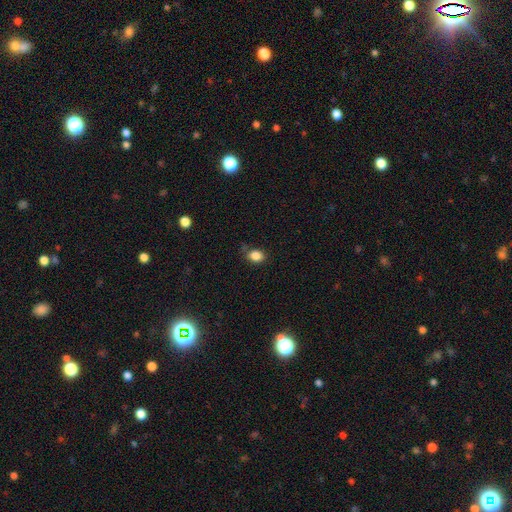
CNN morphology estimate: smooth_or_featured: smooth (p=0.85) [alt: star or artifact p=0.11]
how_rounded: in between (p=0.59) [alt: round p=0.40]
merging: none (p=0.76) [alt: minor disturbance p=0.17]